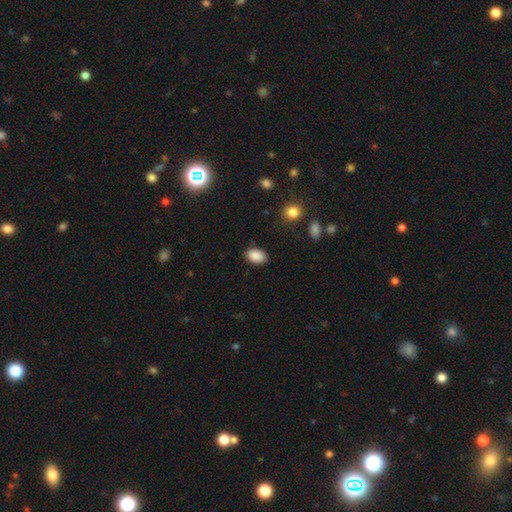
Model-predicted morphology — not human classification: smooth 89%, star or artifact 8%, featured or disk 3%. Down the decision tree: how rounded — in between (86%); merging — none (85%).